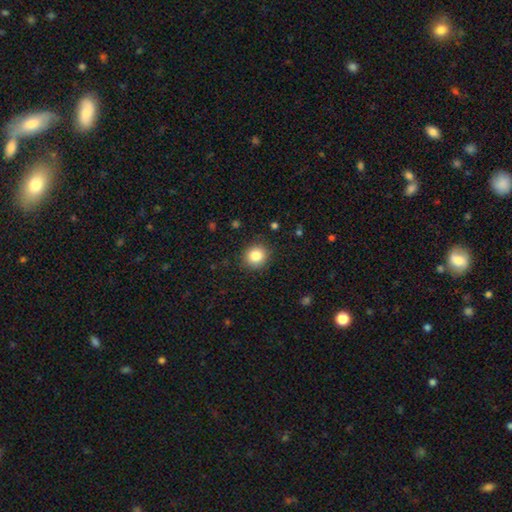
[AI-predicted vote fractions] Morphology: type=smooth (84%); roundness=round (85%); merging=none (88%).